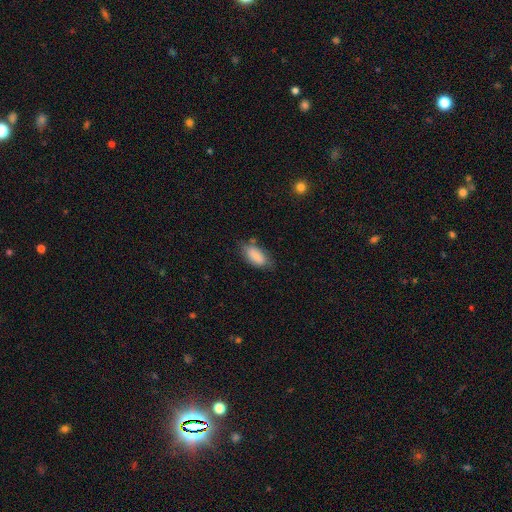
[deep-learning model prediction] A smooth galaxy with no disk features (85%) that is in between round and cigar-shaped (90%).

Vote fractions:
- Smooth or featured? smooth: 85% / featured or disk: 8% / star or artifact: 7%
- How rounded? in between: 90% / cigar-shaped: 7% / round: 3%
- Merging? none: 67% / minor disturbance: 24% / major disturbance: 6% / merger: 3%